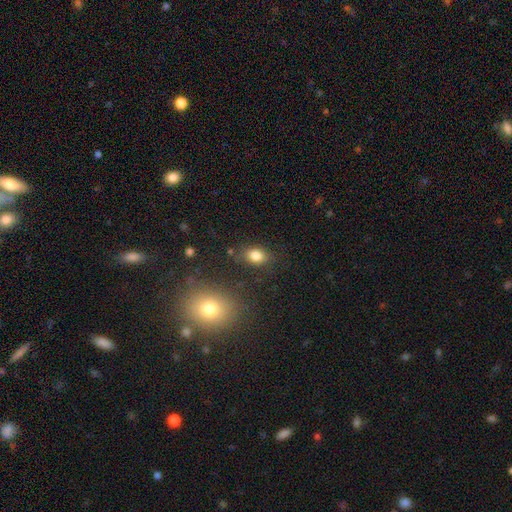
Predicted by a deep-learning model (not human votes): The model was most divided on "how rounded": in between: 74%, round: 24%, cigar-shaped: 2%. More confident: smooth or featured — smooth (82%); merging — none (78%).